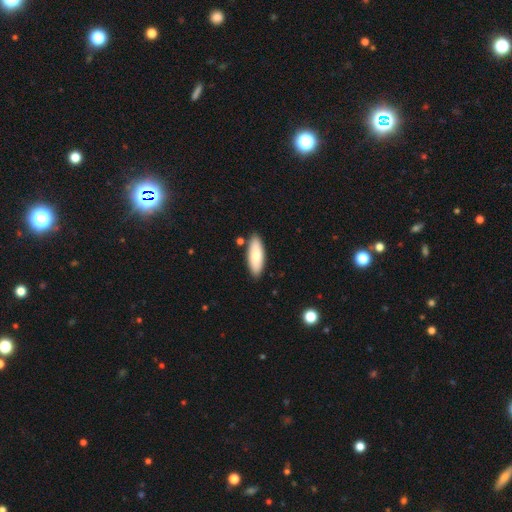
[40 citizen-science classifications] Smooth or featured: smooth — 78% (featured or disk — 22%)
How rounded: in between — 58% (cigar-shaped — 39%)
Merging: none — 75% (minor disturbance — 18%)